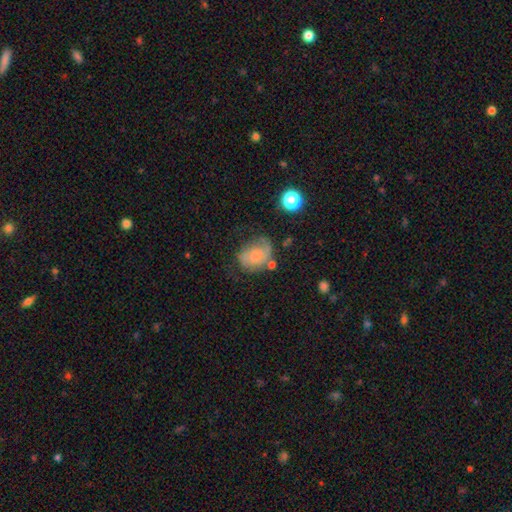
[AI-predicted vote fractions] featured or disk 45% (tied), smooth 45% (tied), star or artifact 10%. Down the decision tree: merging — none (46%).